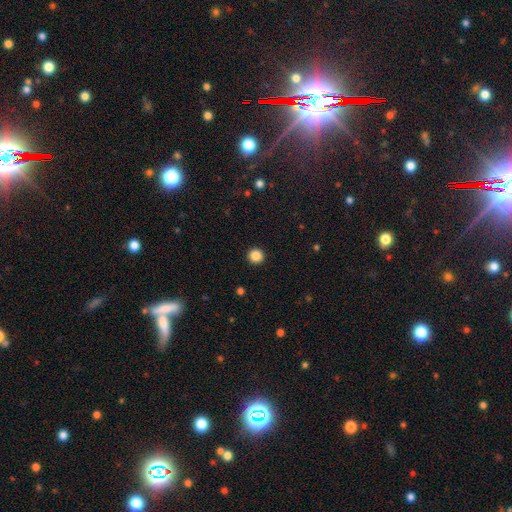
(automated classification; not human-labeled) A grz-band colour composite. It shows a smooth galaxy with no disk features (87%) that is round (96%). Merging: none (94%).